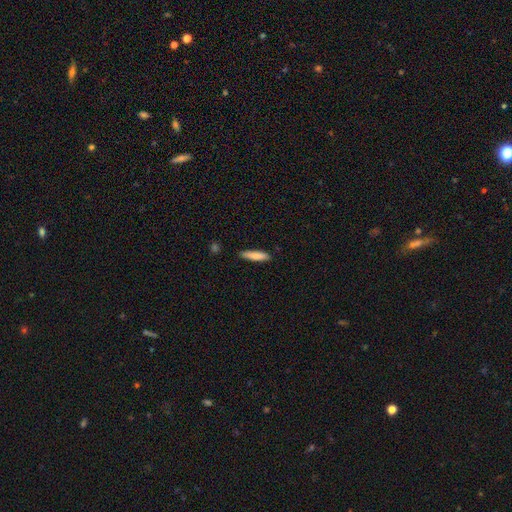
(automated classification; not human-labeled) Smooth or featured: smooth — 83% (featured or disk — 11%)
How rounded: cigar-shaped — 81% (in between — 17%)
Merging: none — 87% (minor disturbance — 10%)